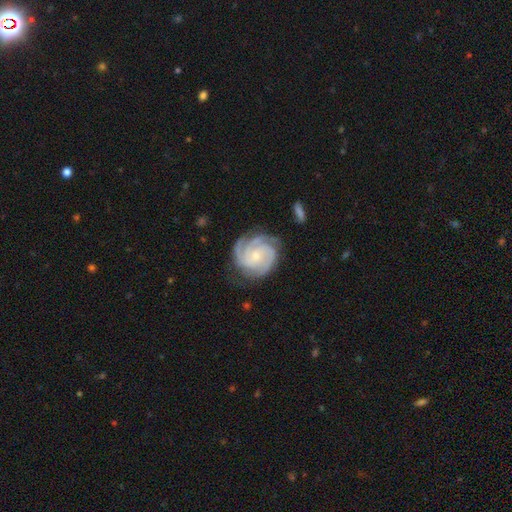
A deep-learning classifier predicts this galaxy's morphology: Smooth or featured?
  - featured or disk: 90% *
  - smooth: 5%
  - star or artifact: 4%
Edge-on disk?
  - no: 98% *
  - yes: 2%
Bar?
  - no: 67% *
  - weak: 28%
  - strong: 6%
Spiral arms?
  - yes: 98% *
  - no: 2%
Spiral winding?
  - tight: 73% *
  - medium: 24%
  - loose: 3%
Spiral arm count?
  - 3: 50% *
  - 4: 15%
  - 2: 15%
  - can't tell: 10%
  - more than 4: 5%
  - 1: 5%
Bulge size?
  - small: 61% *
  - moderate: 31%
  - none: 4%
  - large: 2%
  - dominant: 1%
Merging?
  - none: 75% *
  - minor disturbance: 18%
  - major disturbance: 6%
  - merger: 2%